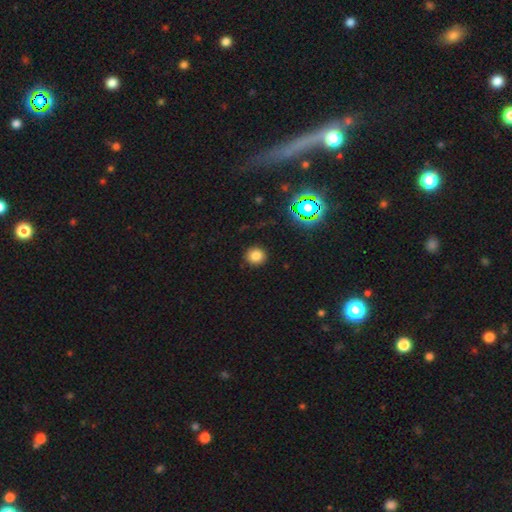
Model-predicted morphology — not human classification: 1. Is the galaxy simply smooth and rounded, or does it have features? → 79% smooth, 16% star or artifact, 5% featured or disk.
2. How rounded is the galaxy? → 86% round, 13% in between, 1% cigar-shaped.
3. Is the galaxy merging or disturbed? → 90% none, 7% minor disturbance, 2% major disturbance, 1% merger.